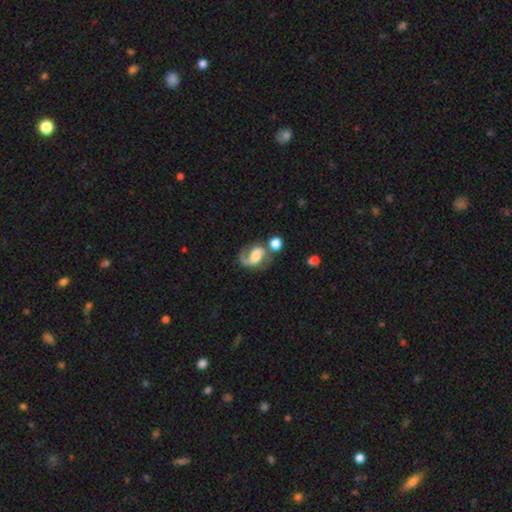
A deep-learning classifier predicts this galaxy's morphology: smooth-or-featured: featured or disk: 74% | smooth: 19% | star or artifact: 8%
  disk-edge-on: no: 98% | yes: 2%
    bar: no: 43% | weak: 41% | strong: 16%
    has-spiral-arms: yes: 92% | no: 8%
      spiral-winding: medium: 47% | loose: 33% | tight: 19%
      spiral-arm-count: 2: 53% | 1: 40% | can't tell: 4% | 3: 1% | 4: 1% | more than 4: 1%
    bulge-size: moderate: 49% | small: 22% | large: 19% | none: 7% | dominant: 3%
  merging: none: 47% | merger: 19% | minor disturbance: 17% | major disturbance: 17%